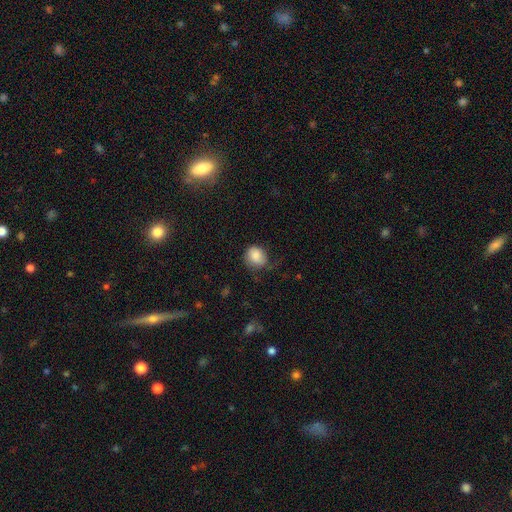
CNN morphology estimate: This is clearly a smooth galaxy (82%). How rounded: likely round (74%). Merging: possibly none (52%).